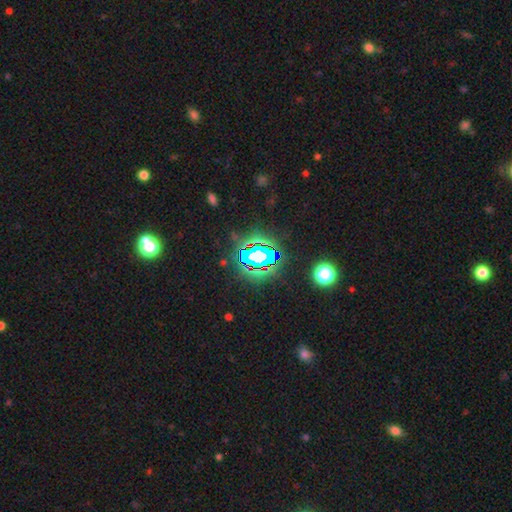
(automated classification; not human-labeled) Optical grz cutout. It shows a star or artifact, not a galaxy (77%).